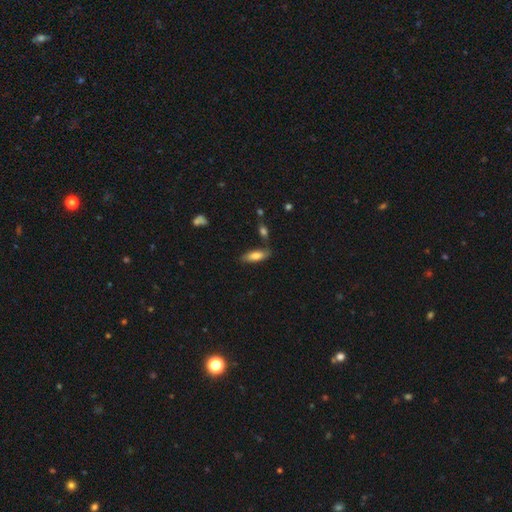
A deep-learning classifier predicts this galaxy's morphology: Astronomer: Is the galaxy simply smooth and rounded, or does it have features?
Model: smooth — 76%.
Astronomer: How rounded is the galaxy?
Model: in between — 62%.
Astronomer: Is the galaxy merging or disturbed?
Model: none — 71%.